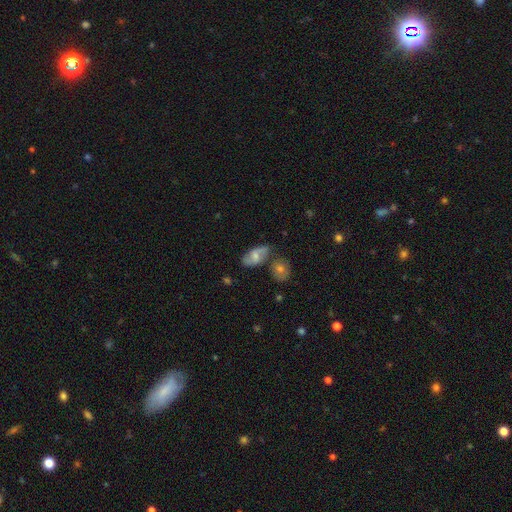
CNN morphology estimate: Overall: smooth (47%; featured or disk 45%). Merging: none (58%; minor disturbance 21%).